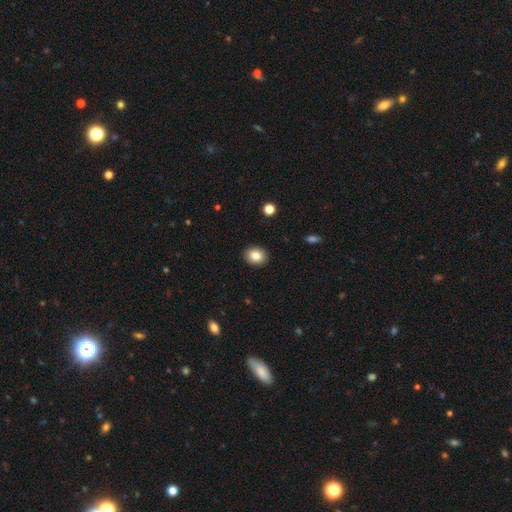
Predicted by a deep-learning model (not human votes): A smooth galaxy with no disk features (83%) that is round (58%).

Vote fractions:
- Smooth or featured? smooth: 83% / star or artifact: 9% / featured or disk: 7%
- How rounded? round: 58% / in between: 41% / cigar-shaped: 1%
- Merging? none: 91% / minor disturbance: 6% / major disturbance: 2% / merger: 1%